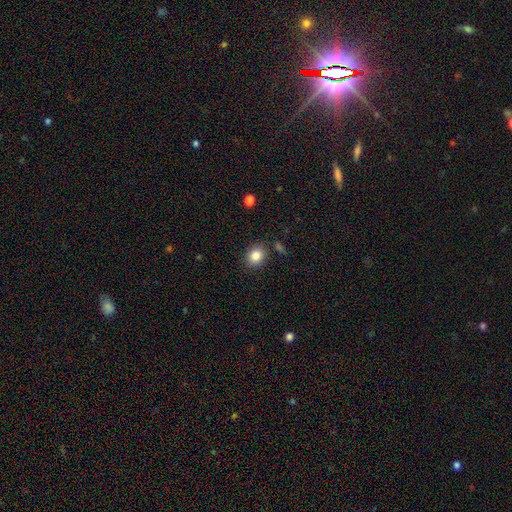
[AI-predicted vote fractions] Smooth or featured: smooth — 85% (star or artifact — 9%)
How rounded: round — 57% (in between — 42%)
Merging: none — 84% (minor disturbance — 10%)